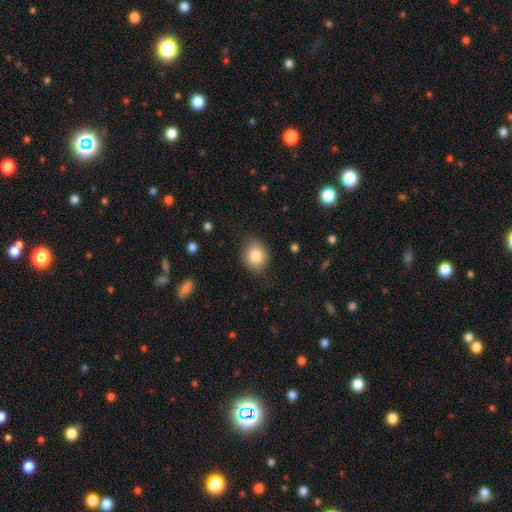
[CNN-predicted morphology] Overall: smooth (83%). How rounded: round (66%; in between 33%). Merging: none (84%).